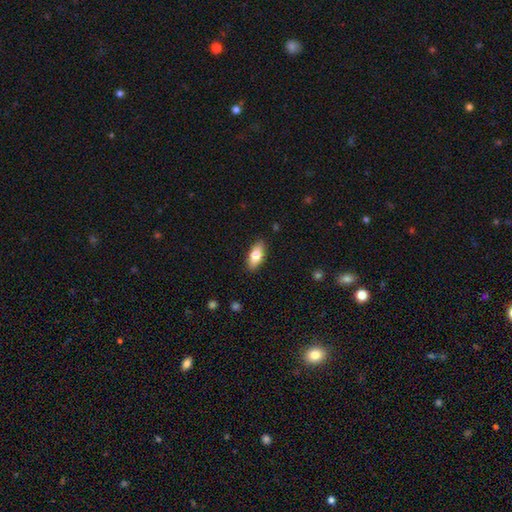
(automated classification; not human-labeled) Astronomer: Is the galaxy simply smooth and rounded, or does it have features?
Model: smooth — 77%.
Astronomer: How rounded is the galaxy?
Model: in between — 84%.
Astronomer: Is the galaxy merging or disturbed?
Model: none — 88%.